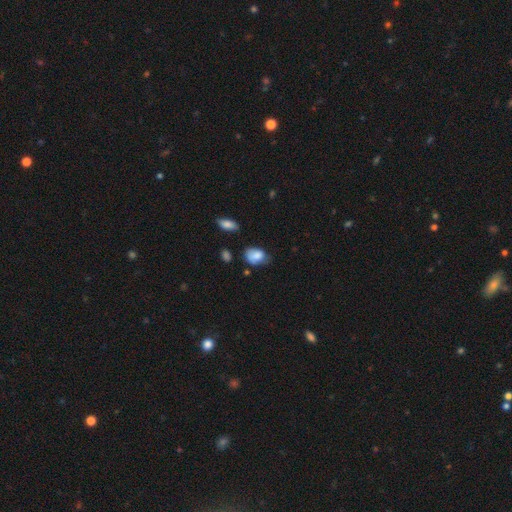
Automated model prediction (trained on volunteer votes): smooth_or_featured: smooth (p=0.79) [alt: featured or disk p=0.13]
how_rounded: in between (p=0.77) [alt: round p=0.22]
merging: minor disturbance (p=0.41) [tied with: none p=0.41]